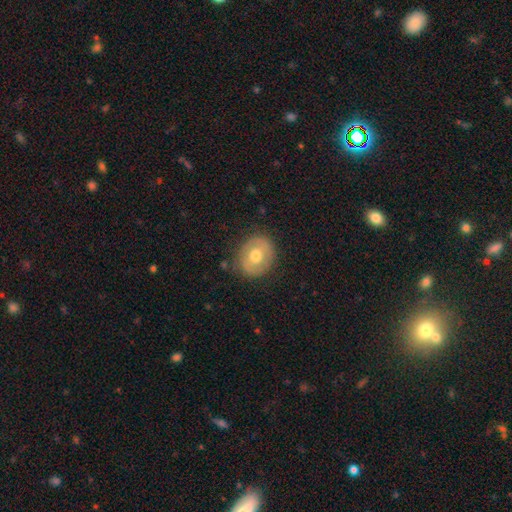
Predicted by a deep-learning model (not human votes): Morphology: type=smooth (51%); roundness=round (66%); merging=none (81%).